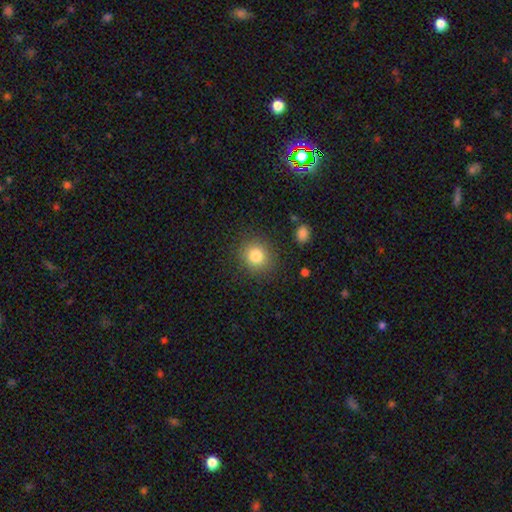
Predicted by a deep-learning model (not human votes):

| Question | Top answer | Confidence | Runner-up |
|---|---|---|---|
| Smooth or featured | smooth | 82% | star or artifact (11%) |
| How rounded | round | 83% | in between (16%) |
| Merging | none | 87% | minor disturbance (8%) |